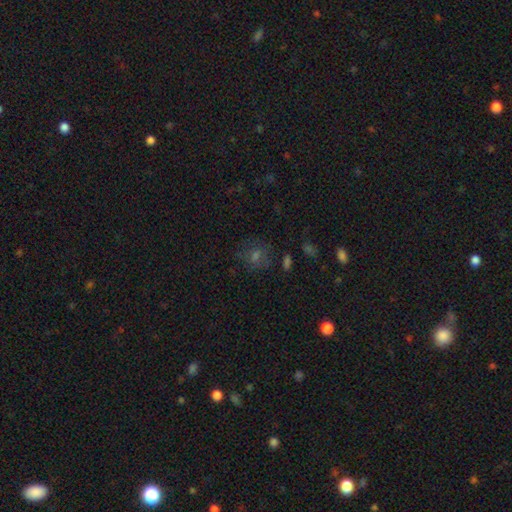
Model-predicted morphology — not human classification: type=smooth (46%); merging=none (75%).